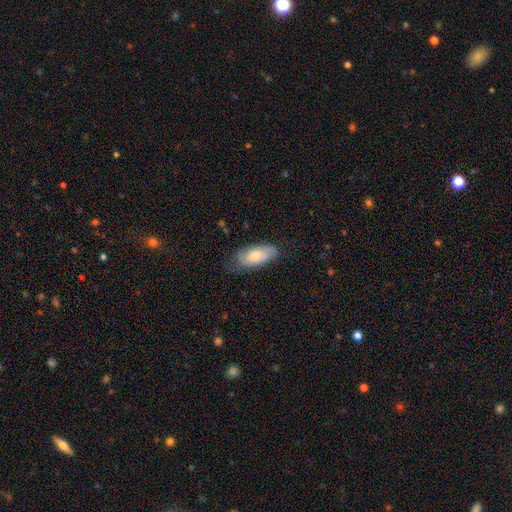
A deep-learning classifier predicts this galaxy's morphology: The model was most divided on "merging": none: 61%, minor disturbance: 29%, major disturbance: 8%, merger: 1%. More confident: how rounded — in between (87%); smooth or featured — smooth (66%).